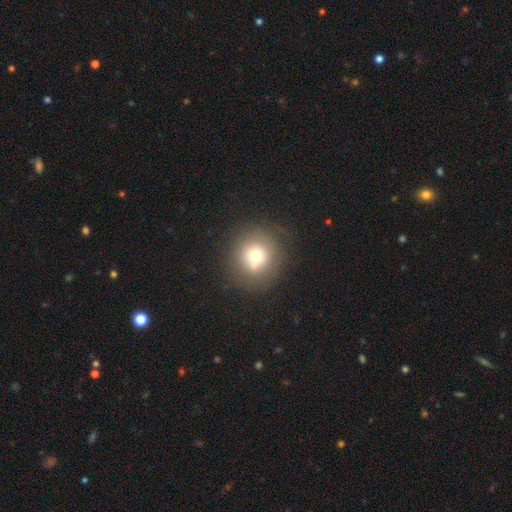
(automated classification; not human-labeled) This appears to be a smooth galaxy with no disk features (68%) that is round (91%). Merging: none (76%).